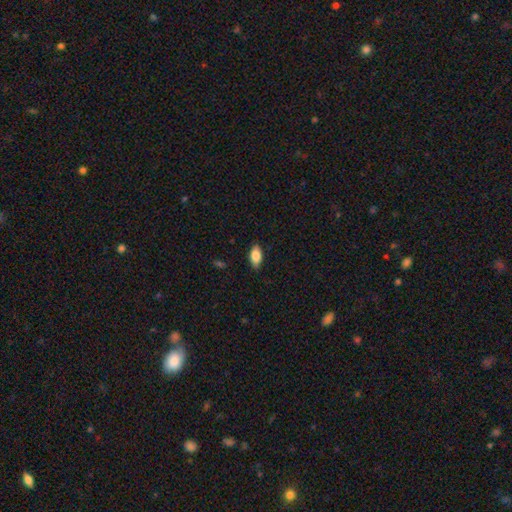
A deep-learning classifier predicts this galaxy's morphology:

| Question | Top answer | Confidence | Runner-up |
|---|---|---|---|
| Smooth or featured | smooth | 83% | featured or disk (11%) |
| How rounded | in between | 90% | cigar-shaped (6%) |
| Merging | none | 84% | minor disturbance (13%) |